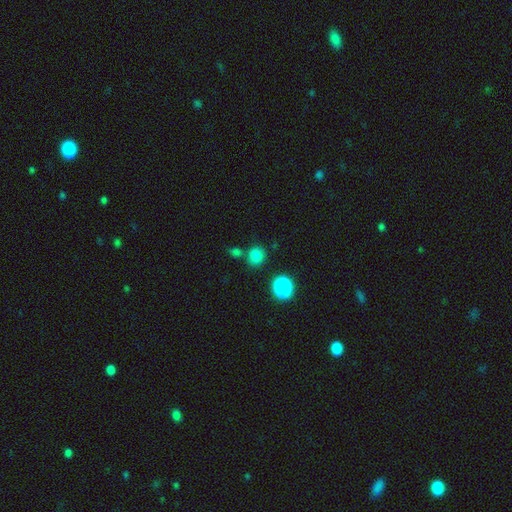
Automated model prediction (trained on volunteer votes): Overall: smooth (79%). How rounded: round (77%). Merging: none (73%).